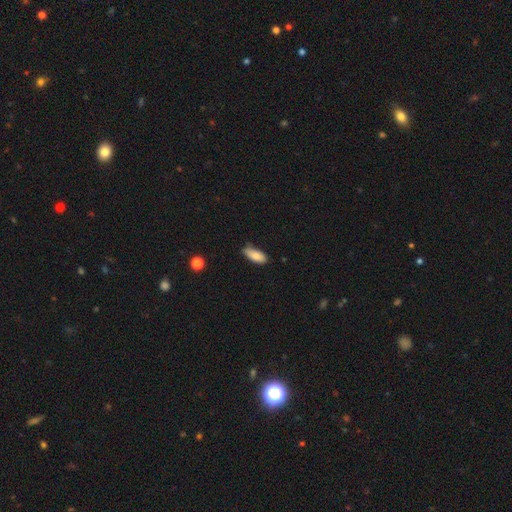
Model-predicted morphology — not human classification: smooth 84%, featured or disk 9%, star or artifact 7%. Down the decision tree: how rounded — in between (81%); merging — none (73%).